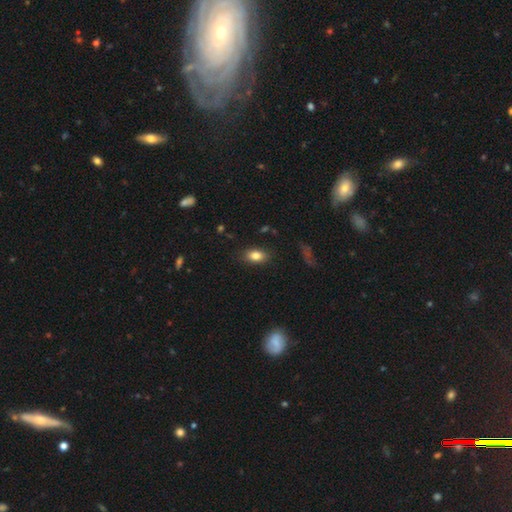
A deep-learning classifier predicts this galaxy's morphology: smooth-or-featured: smooth: 83% | star or artifact: 9% | featured or disk: 8%
  how-rounded: in between: 86% | round: 11% | cigar-shaped: 3%
  merging: none: 85% | minor disturbance: 11% | major disturbance: 3% | merger: 1%